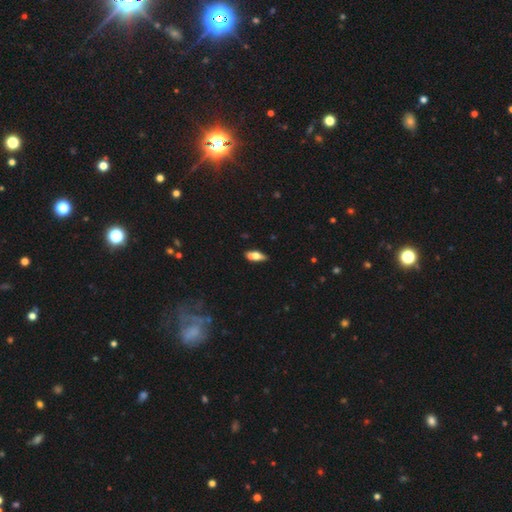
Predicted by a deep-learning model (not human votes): Morphology: type=smooth (57%); roundness=in between (71%); merging=none (65%).